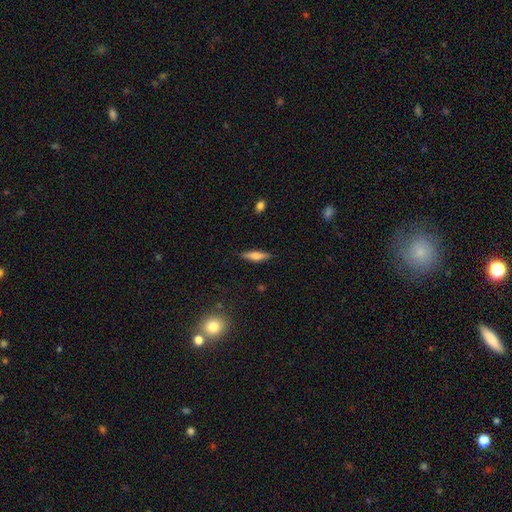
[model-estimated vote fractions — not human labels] Q: Smooth or featured?
A: smooth (60%); runner-up: featured or disk (33%)
Q: How rounded?
A: cigar-shaped (69%); runner-up: in between (28%)
Q: Merging?
A: none (87%); runner-up: minor disturbance (10%)